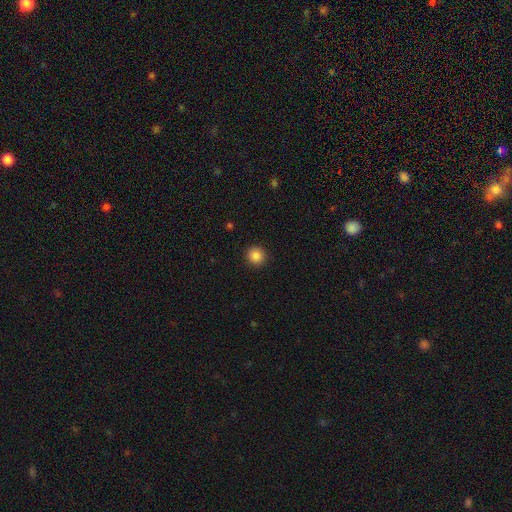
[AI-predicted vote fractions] This is clearly a smooth galaxy (86%). How rounded: clearly round (92%). Merging: clearly none (92%).